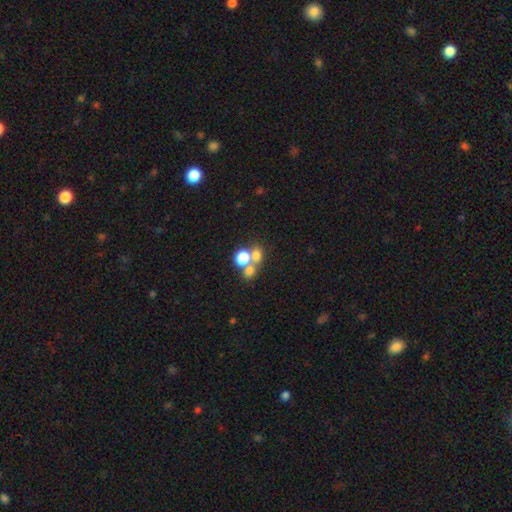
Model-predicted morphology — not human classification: Q: Smooth or featured?
A: smooth (67%); runner-up: star or artifact (17%)
Q: How rounded?
A: round (64%); runner-up: in between (34%)
Q: Merging?
A: merger (52%); runner-up: none (36%)